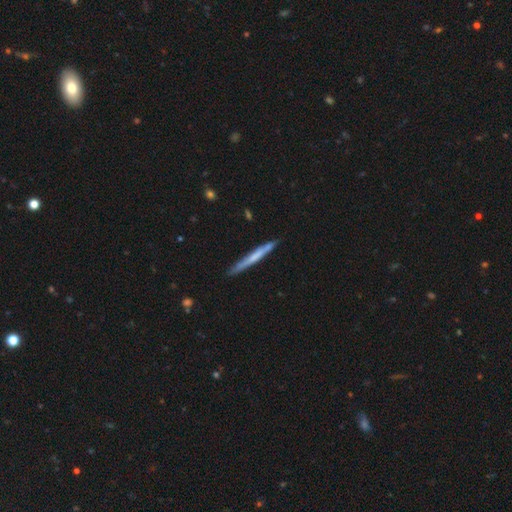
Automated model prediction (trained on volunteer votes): This is possibly a smooth galaxy (51%). How rounded: clearly cigar-shaped (97%). Merging: clearly none (84%).